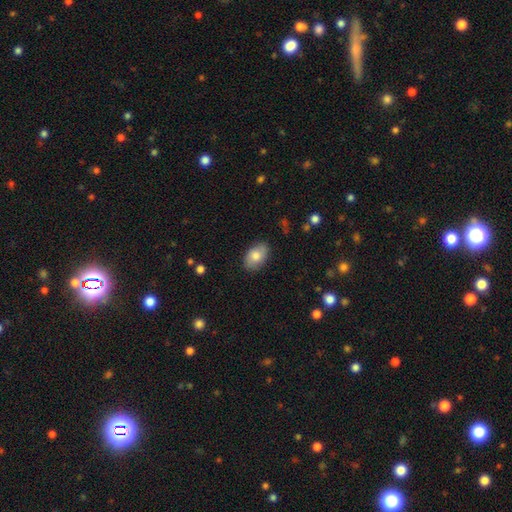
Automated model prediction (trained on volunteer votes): Overall: smooth (78%). How rounded: in between (91%). Merging: none (85%).